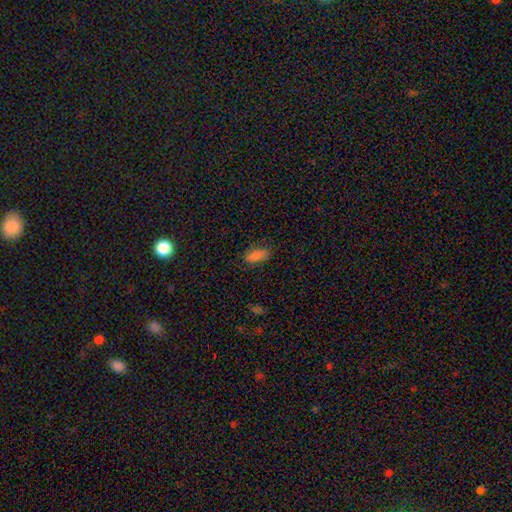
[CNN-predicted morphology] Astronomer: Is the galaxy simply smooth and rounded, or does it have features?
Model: smooth — 82%.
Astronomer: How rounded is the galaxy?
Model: in between — 88%.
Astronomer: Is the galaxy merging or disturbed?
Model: none — 78%.